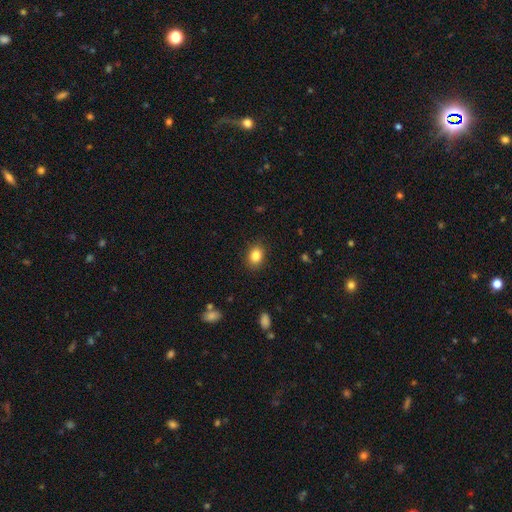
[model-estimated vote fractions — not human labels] smooth_or_featured: smooth (p=0.84) [alt: star or artifact p=0.10]
how_rounded: in between (p=0.59) [alt: round p=0.40]
merging: none (p=0.88) [alt: minor disturbance p=0.08]